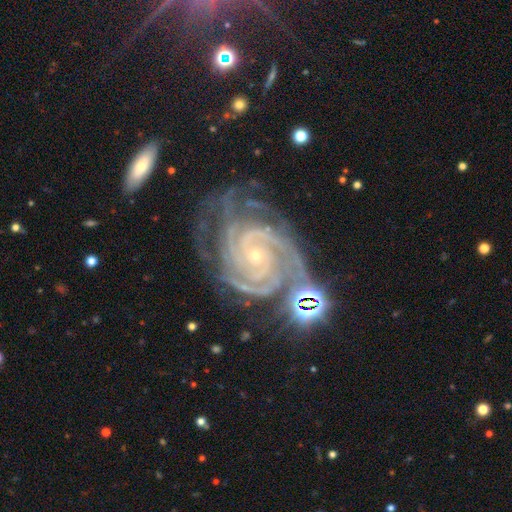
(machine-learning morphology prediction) This is clearly a featured or disk galaxy (92%). It is clearly not viewed edge-on (98%). Bar: likely no (69%). Spiral arm pattern: clearly yes (99%). Spiral arm count: marginally 3 (28%). Spiral winding: likely tight (80%). Central bulge: clearly small (82%). Merging: possibly none (56%).